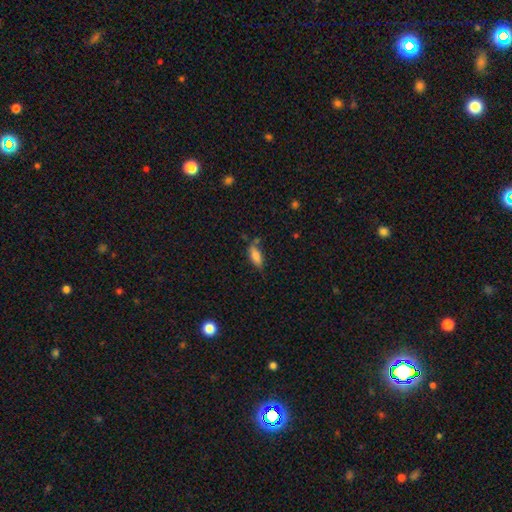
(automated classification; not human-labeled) Smooth or featured? smooth (82%)
How rounded? in between (78%)
Merging? none (57%)